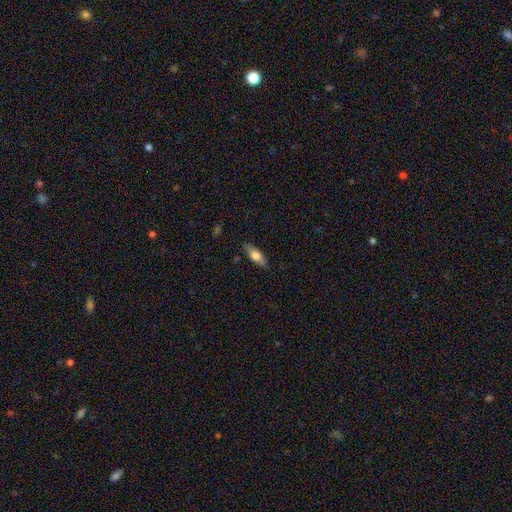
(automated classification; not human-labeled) The model was most divided on "how rounded": in between: 67%, cigar-shaped: 31%, round: 3%. More confident: merging — none (83%); smooth or featured — smooth (68%).